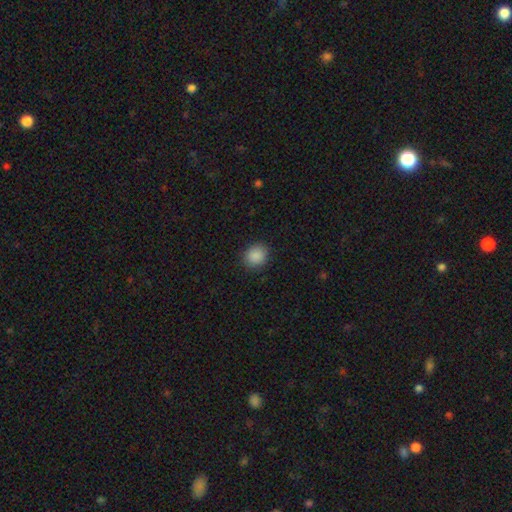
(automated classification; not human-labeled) A smooth galaxy with no disk features (88%) that is round (76%). Merging: none (88%).